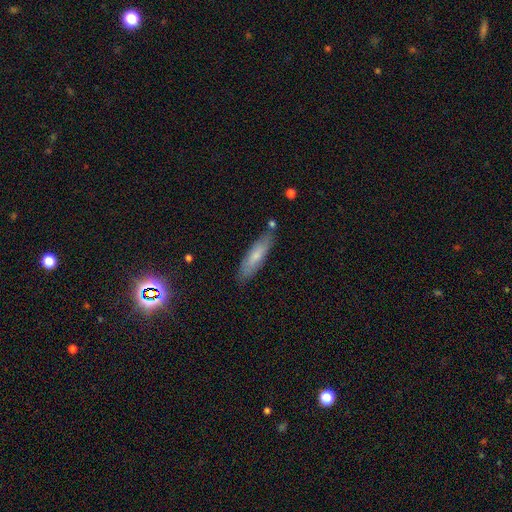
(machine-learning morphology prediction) Smooth or featured: smooth — 68% (featured or disk — 25%)
How rounded: cigar-shaped — 67% (in between — 31%)
Merging: none — 79% (minor disturbance — 15%)